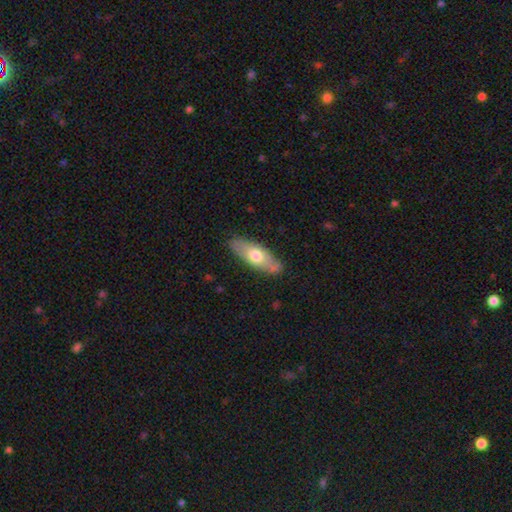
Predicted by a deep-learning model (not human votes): smooth-or-featured: smooth: 58% | featured or disk: 36% | star or artifact: 5%
  how-rounded: in between: 72% | cigar-shaped: 25% | round: 3%
  merging: none: 81% | minor disturbance: 15% | major disturbance: 3% | merger: 1%